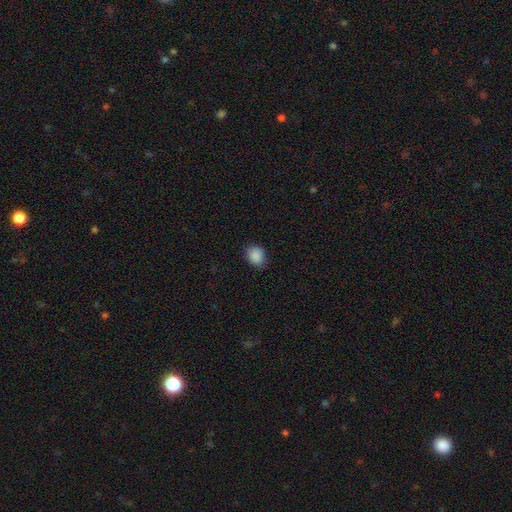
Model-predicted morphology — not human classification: smooth-or-featured: smooth: 89% | star or artifact: 8% | featured or disk: 3%
  how-rounded: round: 52% | in between: 47% | cigar-shaped: 1%
  merging: none: 80% | minor disturbance: 16% | major disturbance: 3% | merger: 1%